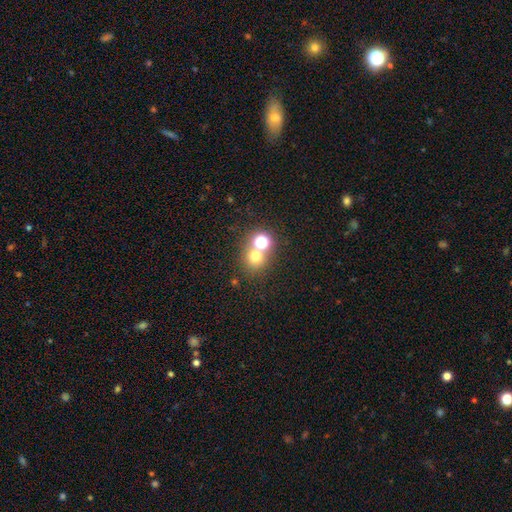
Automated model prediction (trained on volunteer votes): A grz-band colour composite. It shows a smooth galaxy with no disk features (66%) that is round (84%). Merging: none (57%).